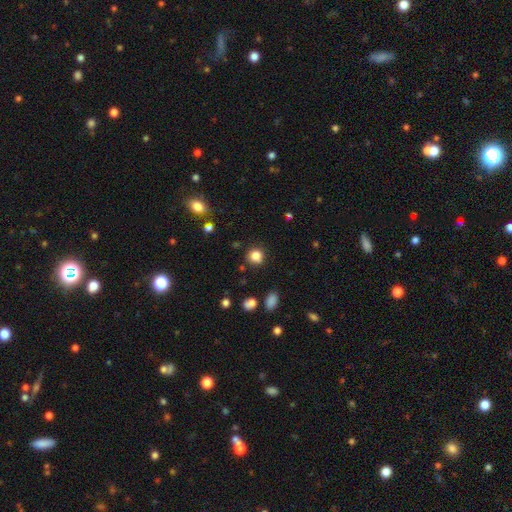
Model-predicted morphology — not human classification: Smooth or featured: smooth — 83% (star or artifact — 12%)
How rounded: round — 87% (in between — 12%)
Merging: none — 86% (minor disturbance — 9%)